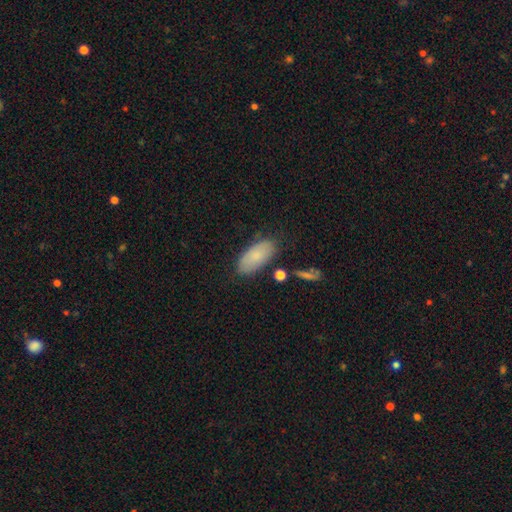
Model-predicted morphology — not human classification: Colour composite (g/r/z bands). It shows a smooth galaxy with no disk features (82%) that is in between round and cigar-shaped (91%). Merging: none (76%).